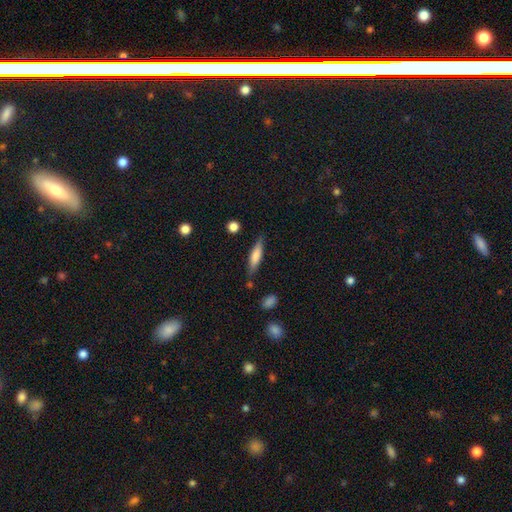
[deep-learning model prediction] Smooth or featured?
  - smooth: 67% *
  - featured or disk: 27%
  - star or artifact: 6%
How rounded?
  - cigar-shaped: 73% *
  - in between: 25%
  - round: 2%
Merging?
  - none: 78% *
  - minor disturbance: 15%
  - major disturbance: 3%
  - merger: 3%